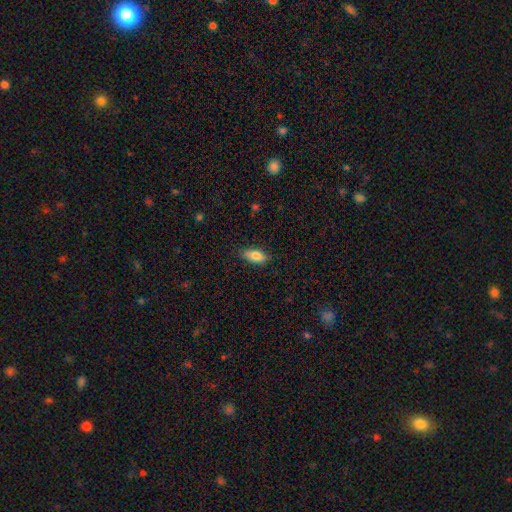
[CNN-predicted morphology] Smooth or featured?
  - smooth: 83% *
  - featured or disk: 10%
  - star or artifact: 7%
How rounded?
  - in between: 87% *
  - cigar-shaped: 10%
  - round: 3%
Merging?
  - none: 81% *
  - minor disturbance: 16%
  - major disturbance: 3%
  - merger: 1%